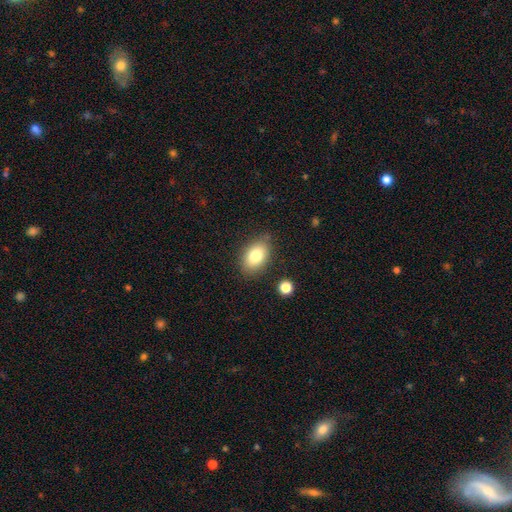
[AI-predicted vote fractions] Smooth or featured?
  - smooth: 81% *
  - featured or disk: 11%
  - star or artifact: 8%
How rounded?
  - in between: 88% *
  - round: 10%
  - cigar-shaped: 2%
Merging?
  - none: 80% *
  - minor disturbance: 14%
  - major disturbance: 3%
  - merger: 3%